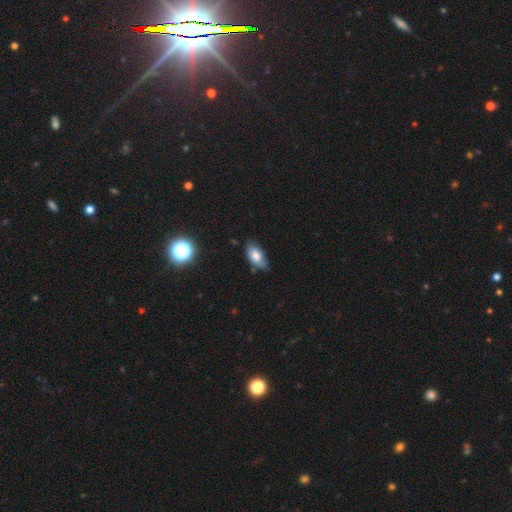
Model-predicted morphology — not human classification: A smooth galaxy with no disk features (77%) that is in between round and cigar-shaped (91%).

Vote fractions:
- Smooth or featured? smooth: 77% / featured or disk: 14% / star or artifact: 9%
- How rounded? in between: 91% / round: 5% / cigar-shaped: 4%
- Merging? none: 60% / minor disturbance: 33% / major disturbance: 5% / merger: 2%